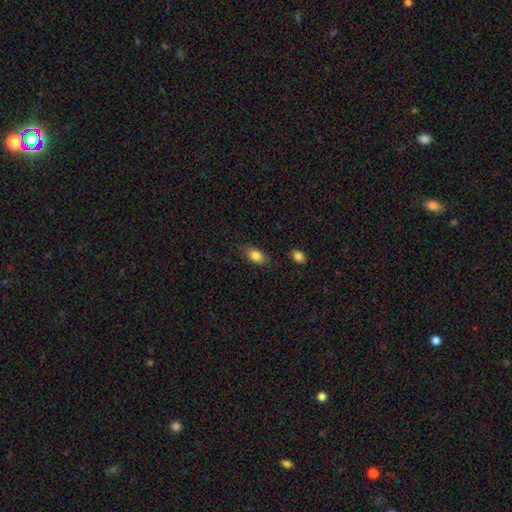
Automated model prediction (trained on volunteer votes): Smooth or featured? Predicted: smooth (p=0.84). How rounded? Predicted: in between (p=0.87). Merging? Predicted: none (p=0.81).